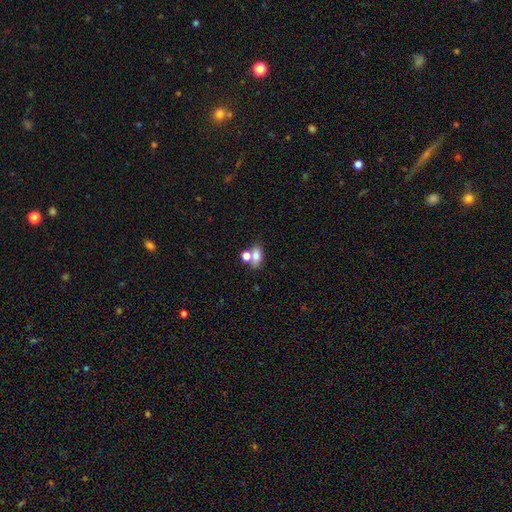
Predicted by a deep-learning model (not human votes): This is likely a smooth galaxy (75%). How rounded: clearly in between (80%). Merging: marginally none (45%).